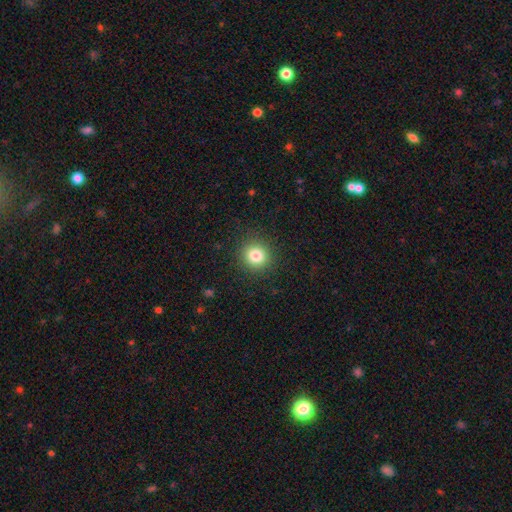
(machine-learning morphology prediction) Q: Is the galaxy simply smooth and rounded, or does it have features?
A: smooth — 82%.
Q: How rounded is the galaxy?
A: round — 91%.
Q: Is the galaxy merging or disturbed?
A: none — 90%.